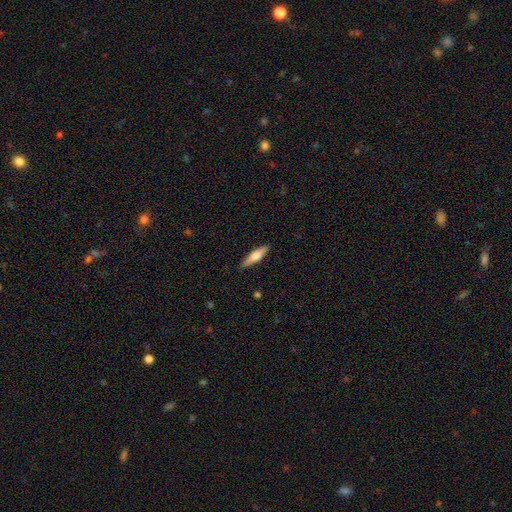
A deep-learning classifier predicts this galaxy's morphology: Smooth or featured? Predicted: smooth (p=0.51). How rounded? Predicted: cigar-shaped (p=0.76). Merging? Predicted: none (p=0.88).